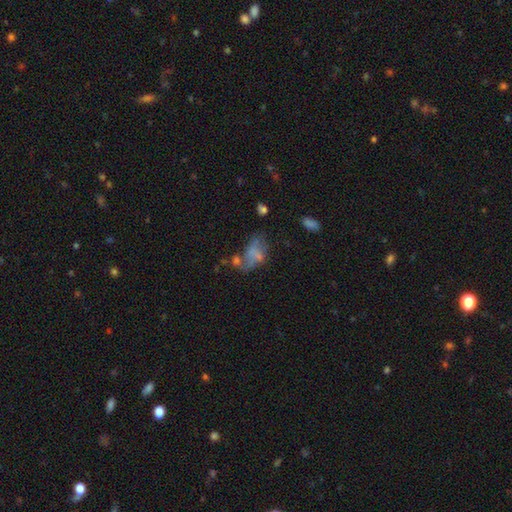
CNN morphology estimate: The model was most divided on "merging": major disturbance: 30%, none: 27%, merger: 25%, minor disturbance: 18%. Remaining: smooth or featured — smooth (43%).